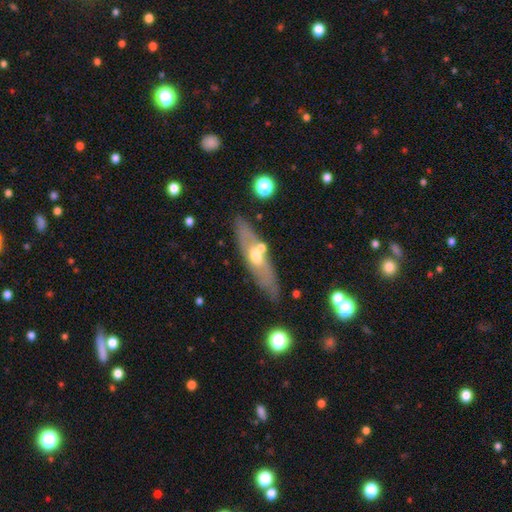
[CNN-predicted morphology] type=featured or disk (53%); edge-on=no (54%); merging=none (72%).